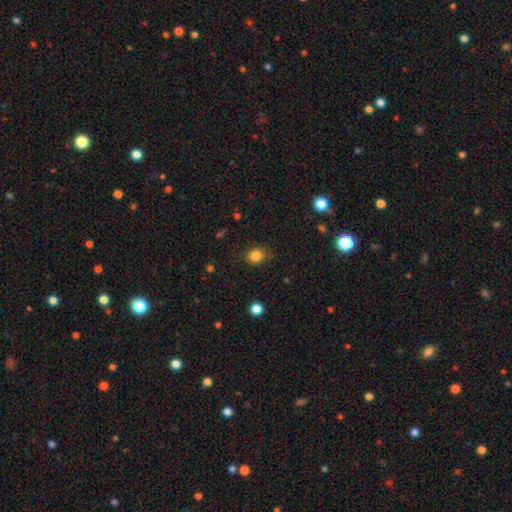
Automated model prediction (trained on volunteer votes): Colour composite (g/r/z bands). It shows a smooth galaxy with no disk features (83%) that is round (62%). Merging: none (83%).